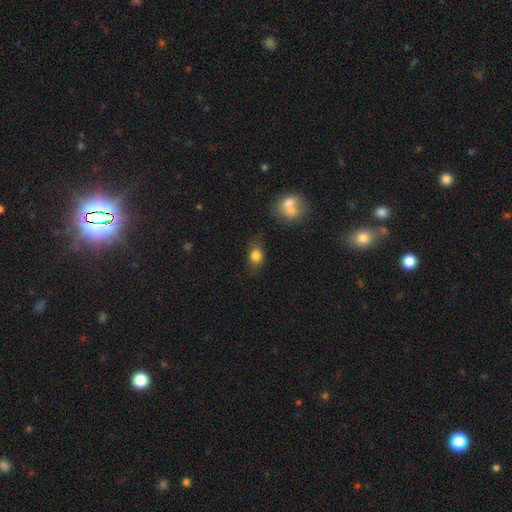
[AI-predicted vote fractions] Smooth or featured: smooth — 82% (star or artifact — 10%)
How rounded: in between — 63% (round — 35%)
Merging: none — 71% (minor disturbance — 19%)